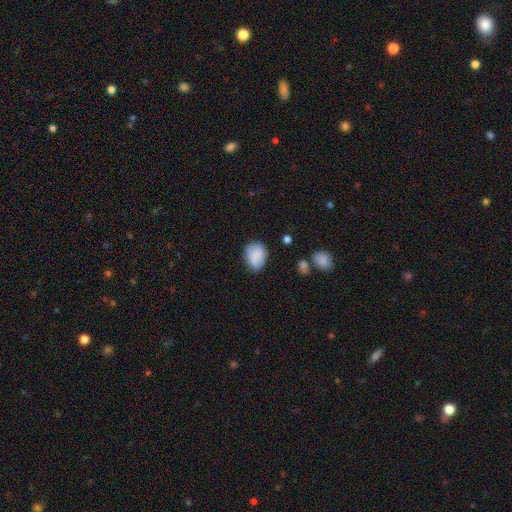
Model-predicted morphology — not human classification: Overall: smooth (84%). How rounded: in between (65%; round 34%). Merging: none (68%).